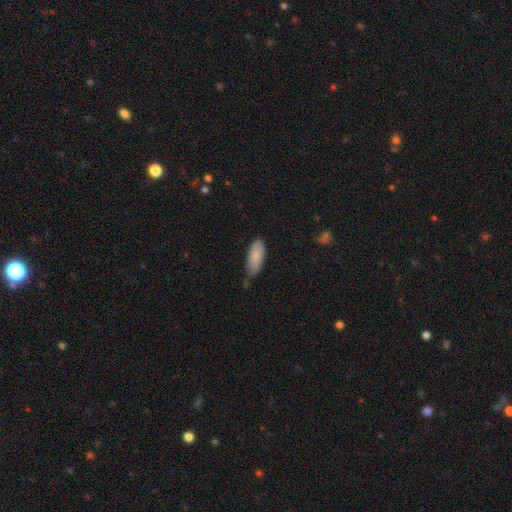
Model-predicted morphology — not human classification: This is clearly a smooth galaxy (83%). How rounded: likely in between (76%). Merging: likely none (64%).